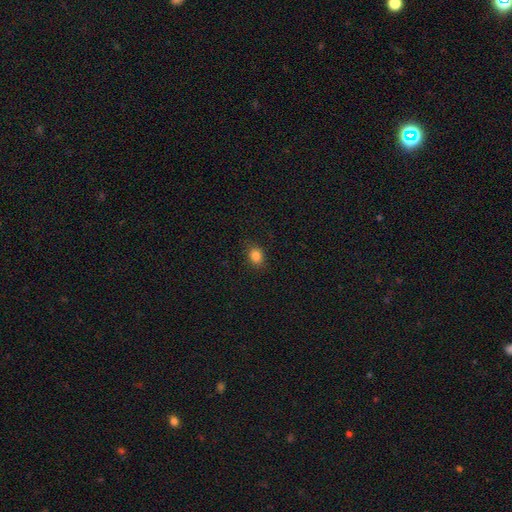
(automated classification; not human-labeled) smooth 84%, star or artifact 11%, featured or disk 5%. Down the decision tree: how rounded — in between (57%); merging — none (85%).